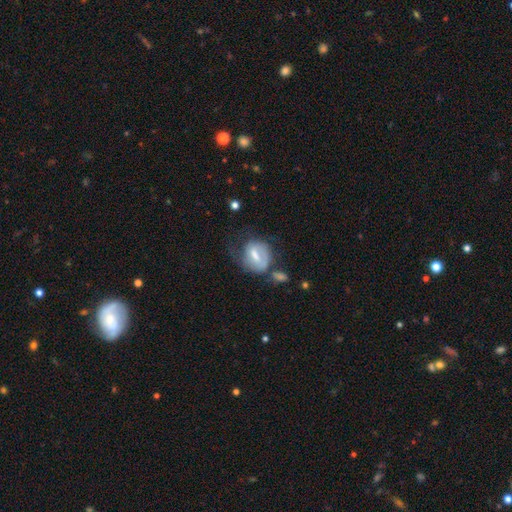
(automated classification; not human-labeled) A featured or disk galaxy (48%).

Vote fractions:
- Smooth or featured? featured or disk: 48% / smooth: 45% / star or artifact: 7%
- Merging? none: 33% / major disturbance: 27% / minor disturbance: 24% / merger: 16%